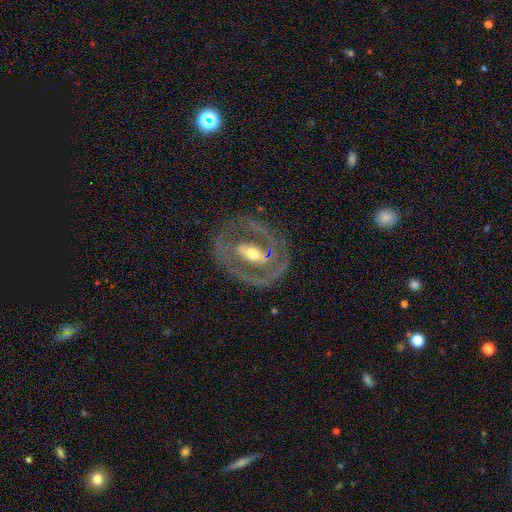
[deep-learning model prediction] This appears to be a featured or disk galaxy (84%) with a strong bar (50%), spiral arms (63%) and a moderate central bulge (61%). Merging: none (76%).